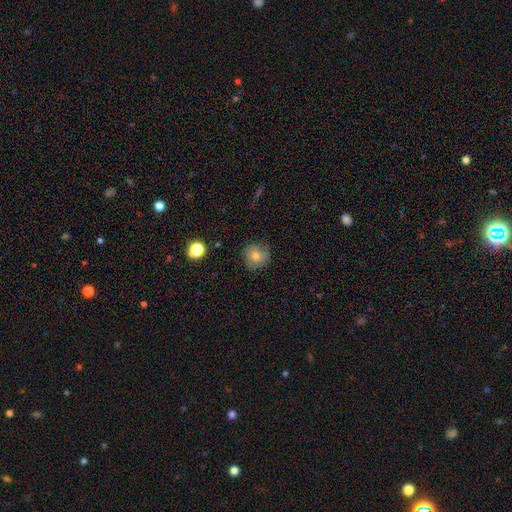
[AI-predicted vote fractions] smooth_or_featured: smooth (p=0.68) [alt: featured or disk p=0.19]
how_rounded: round (p=0.90) [alt: in between p=0.09]
merging: none (p=0.77) [alt: minor disturbance p=0.17]